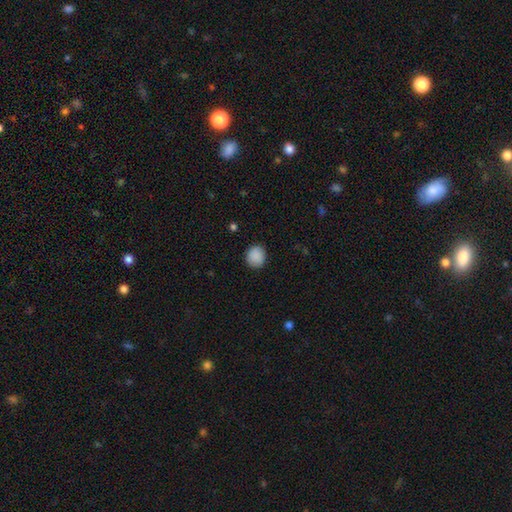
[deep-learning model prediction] This is clearly a smooth galaxy (89%). How rounded: clearly round (81%). Merging: clearly none (87%).